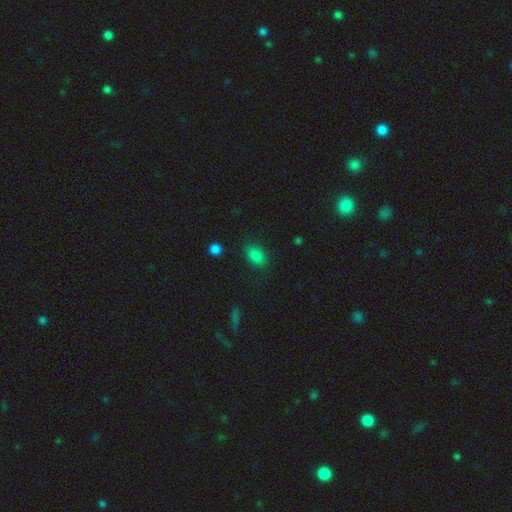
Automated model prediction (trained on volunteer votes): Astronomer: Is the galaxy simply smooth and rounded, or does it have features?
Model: smooth — 84%.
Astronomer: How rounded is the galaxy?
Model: in between — 86%.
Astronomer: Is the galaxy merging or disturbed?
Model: none — 83%.